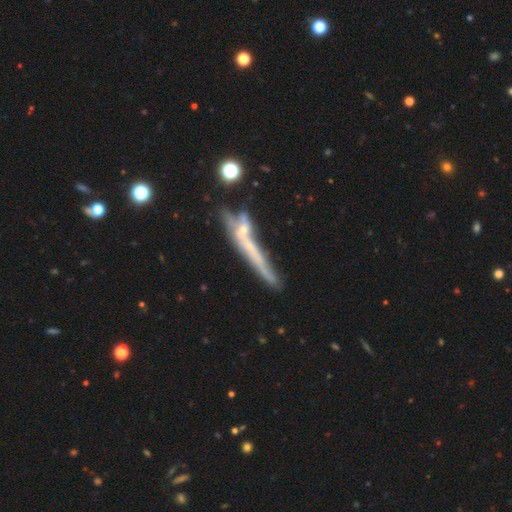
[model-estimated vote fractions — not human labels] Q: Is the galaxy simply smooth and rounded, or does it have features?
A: featured or disk — 57%.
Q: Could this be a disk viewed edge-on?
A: yes — 81%.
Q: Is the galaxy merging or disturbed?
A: none — 40%.